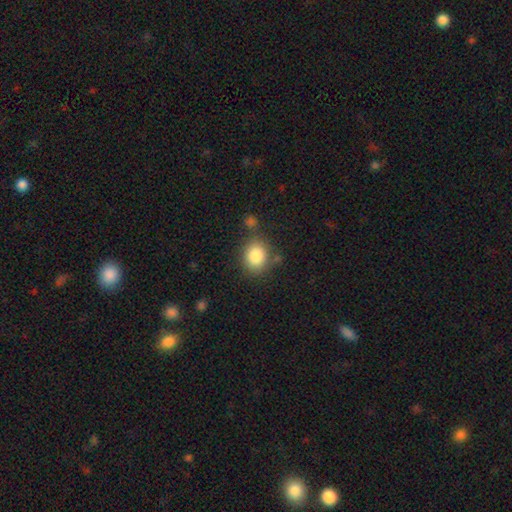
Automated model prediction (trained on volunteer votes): Smooth or featured: smooth — 85% (star or artifact — 9%)
How rounded: round — 59% (in between — 40%)
Merging: none — 73% (minor disturbance — 14%)